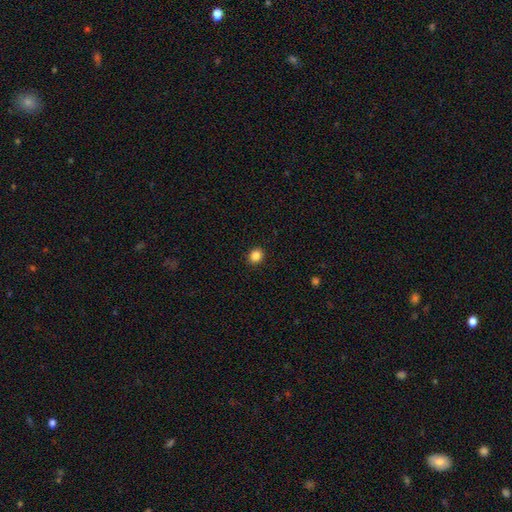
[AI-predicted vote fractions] smooth 86%, star or artifact 11%, featured or disk 3%. Down the decision tree: how rounded — round (77%); merging — none (92%).